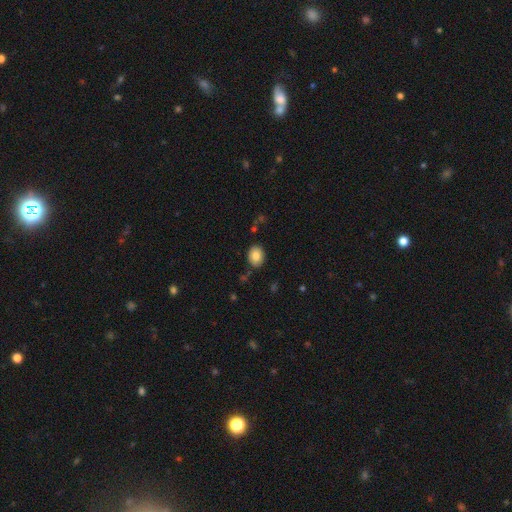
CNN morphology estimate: Smooth or featured: smooth — 83% (featured or disk — 8%)
How rounded: in between — 65% (round — 34%)
Merging: none — 84% (minor disturbance — 11%)